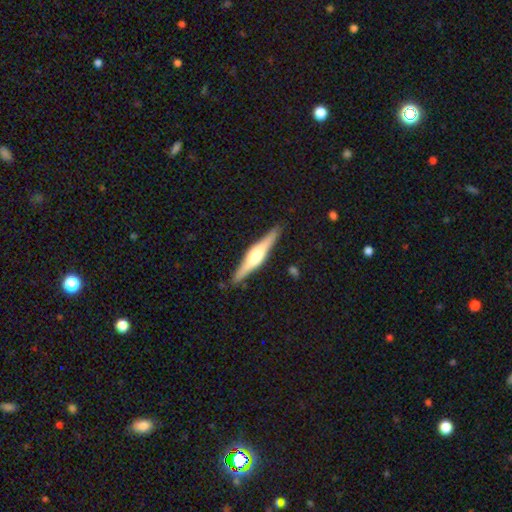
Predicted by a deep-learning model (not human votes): Smooth or featured?
  - featured or disk: 72% *
  - smooth: 23%
  - star or artifact: 5%
Edge-on disk?
  - yes: 97% *
  - no: 3%
Edge-on bulge?
  - rounded: 86% *
  - boxy: 10%
  - none: 3%
Merging?
  - none: 90% *
  - minor disturbance: 8%
  - major disturbance: 2%
  - merger: 1%